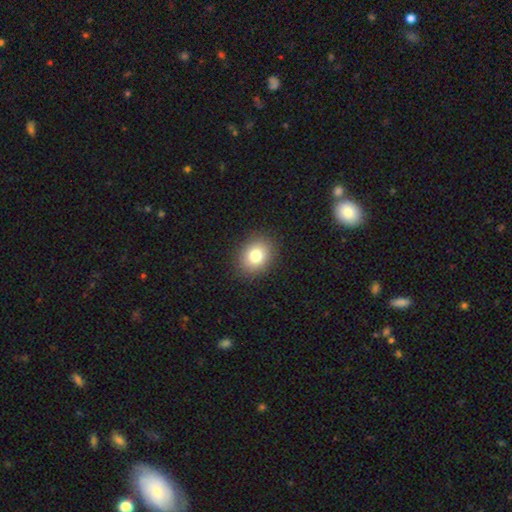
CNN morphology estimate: type=smooth (81%); roundness=round (50%); merging=none (89%).